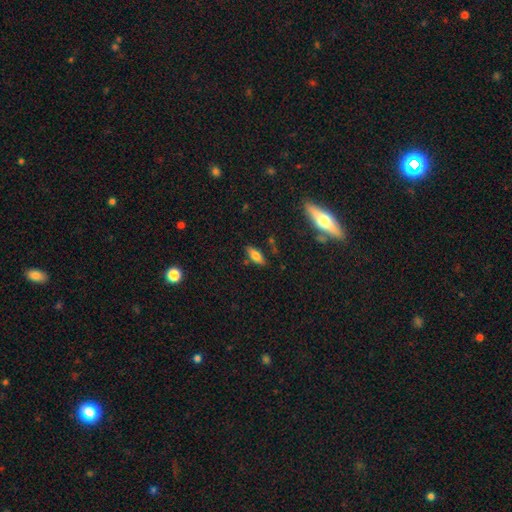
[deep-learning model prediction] smooth_or_featured: smooth (p=0.72) [alt: featured or disk p=0.19]
how_rounded: in between (p=0.75) [alt: cigar-shaped p=0.22]
merging: none (p=0.78) [alt: minor disturbance p=0.14]